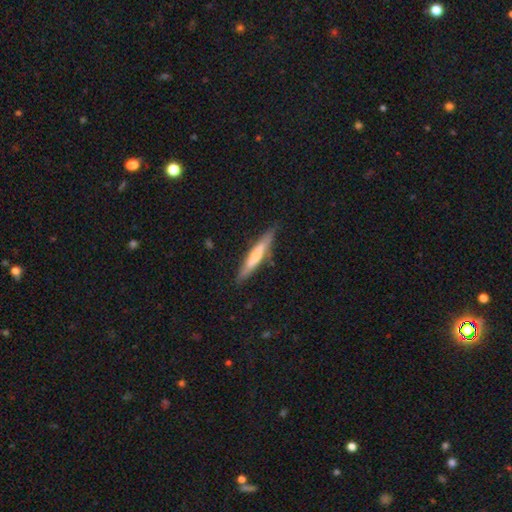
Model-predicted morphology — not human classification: Smooth or featured? smooth (51%)
How rounded? cigar-shaped (90%)
Merging? none (79%)